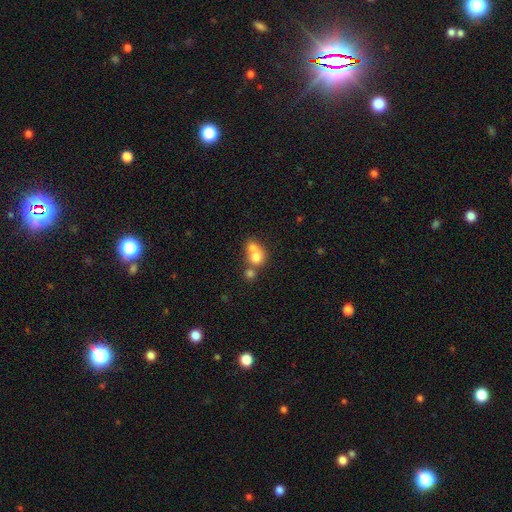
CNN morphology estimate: Smooth or featured: smooth — 72% (featured or disk — 17%)
How rounded: round — 68% (in between — 30%)
Merging: merger — 65% (none — 25%)